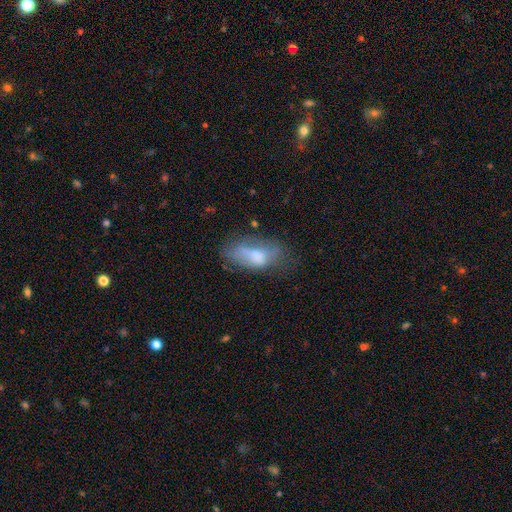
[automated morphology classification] smooth_or_featured: smooth (p=0.61) [alt: featured or disk p=0.29]
how_rounded: in between (p=0.87) [alt: cigar-shaped p=0.09]
merging: none (p=0.36) [alt: minor disturbance p=0.30]